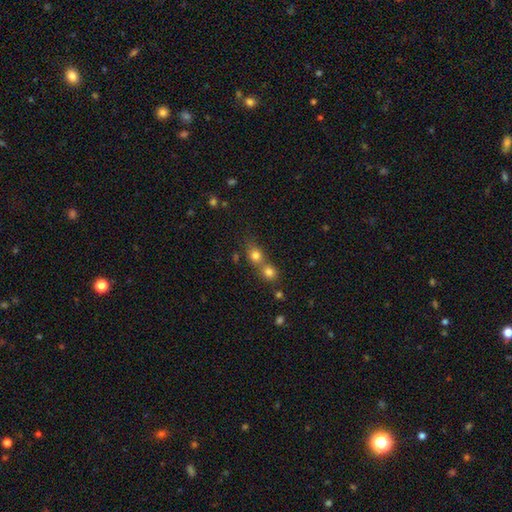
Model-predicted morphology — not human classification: Q: Smooth or featured?
A: smooth (75%); runner-up: star or artifact (14%)
Q: How rounded?
A: round (71%); runner-up: in between (27%)
Q: Merging?
A: merger (56%); runner-up: none (35%)